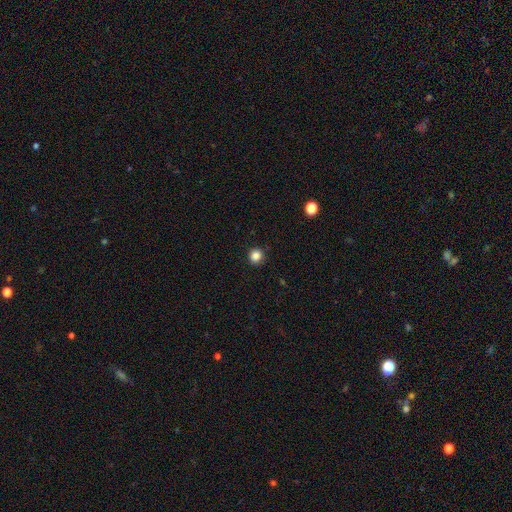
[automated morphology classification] smooth 86%, star or artifact 11%, featured or disk 3%. Down the decision tree: how rounded — round (89%); merging — none (91%).